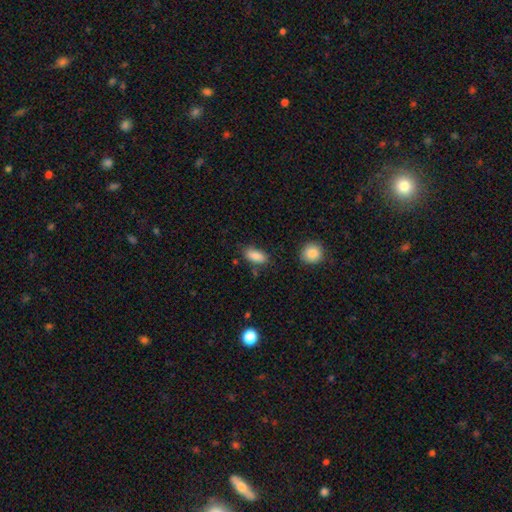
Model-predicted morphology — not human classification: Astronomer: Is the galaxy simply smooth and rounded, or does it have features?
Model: smooth — 87%.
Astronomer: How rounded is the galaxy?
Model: in between — 88%.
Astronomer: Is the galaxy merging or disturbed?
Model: none — 77%.